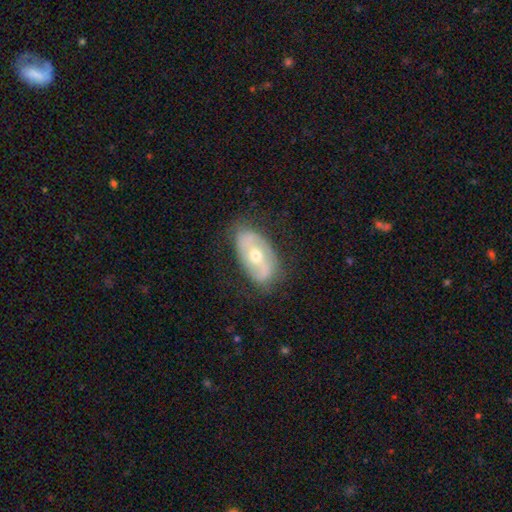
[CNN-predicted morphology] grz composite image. It shows a featured or disk galaxy (70%) with no bar (45%), spiral arms (71%) and a moderate central bulge (60%). Merging: none (73%).